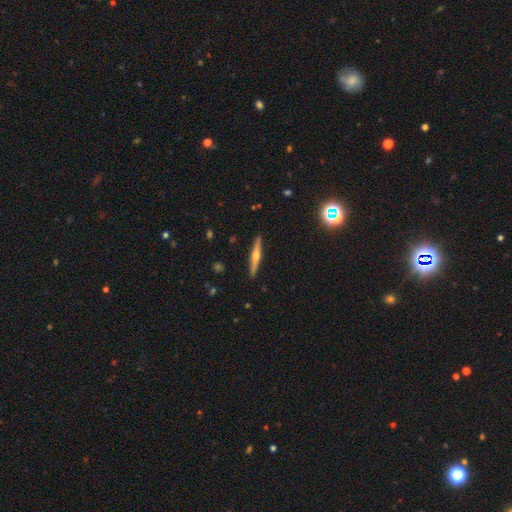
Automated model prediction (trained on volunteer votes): Q: Smooth or featured?
A: featured or disk (71%); runner-up: smooth (23%)
Q: Edge-on disk?
A: yes (98%); runner-up: no (2%)
Q: Edge-on bulge?
A: rounded (93%); runner-up: none (4%)
Q: Merging?
A: none (92%); runner-up: minor disturbance (6%)